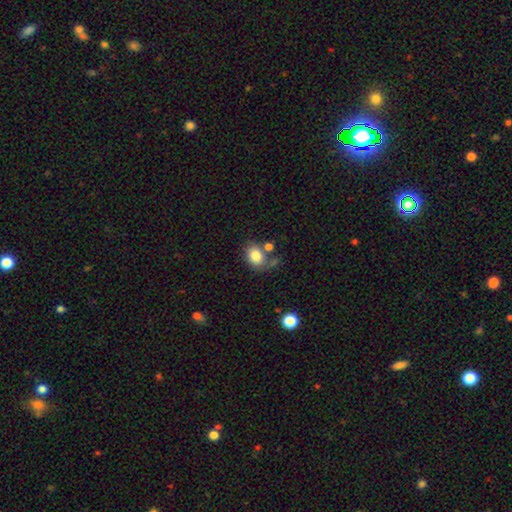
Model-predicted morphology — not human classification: Smooth or featured? Predicted: smooth (p=0.82). How rounded? Predicted: in between (p=0.68). Merging? Predicted: none (p=0.57).